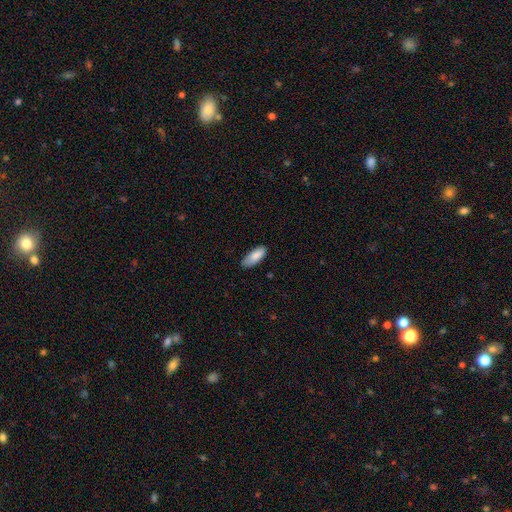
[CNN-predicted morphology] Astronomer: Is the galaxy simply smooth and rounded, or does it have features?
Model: smooth — 86%.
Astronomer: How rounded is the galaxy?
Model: in between — 76%.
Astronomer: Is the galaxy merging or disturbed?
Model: none — 75%.